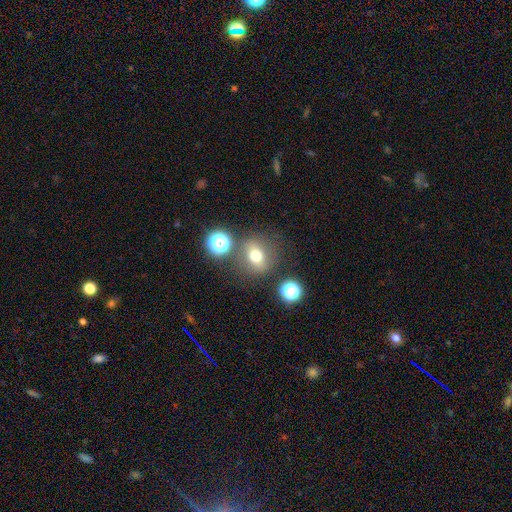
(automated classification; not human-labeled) The model was most divided on "how rounded": round: 67%, in between: 31%, cigar-shaped: 2%. More confident: merging — none (75%); smooth or featured — smooth (66%).